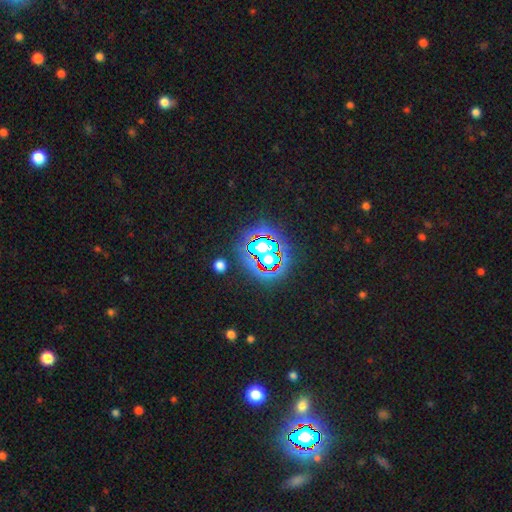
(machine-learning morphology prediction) type=star or artifact (73%).